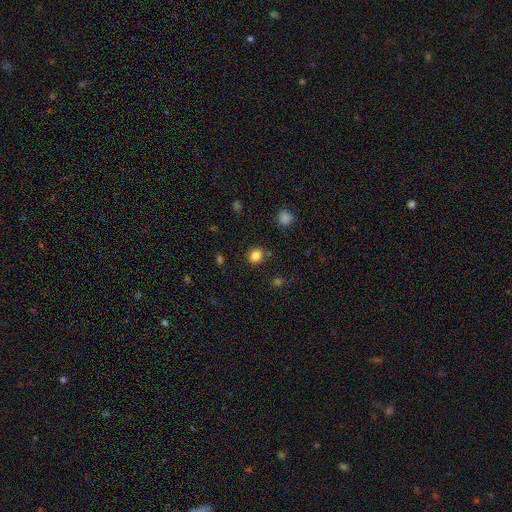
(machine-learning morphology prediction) A smooth galaxy with no disk features (84%) that is round (84%).

Vote fractions:
- Smooth or featured? smooth: 84% / star or artifact: 12% / featured or disk: 4%
- How rounded? round: 84% / in between: 15% / cigar-shaped: 1%
- Merging? none: 86% / minor disturbance: 8% / merger: 3% / major disturbance: 3%